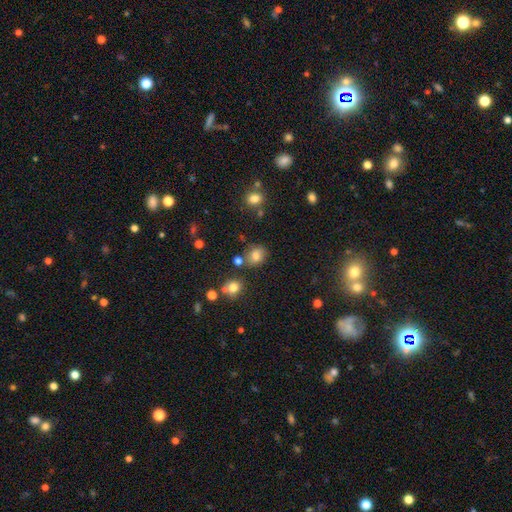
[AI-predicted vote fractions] A smooth galaxy with no disk features (77%) that is round (63%). Merging: none (76%).